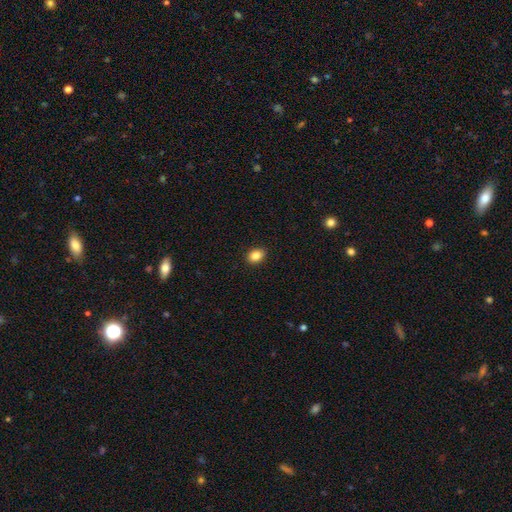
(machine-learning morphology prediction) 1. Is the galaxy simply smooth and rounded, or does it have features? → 86% smooth, 9% star or artifact, 5% featured or disk.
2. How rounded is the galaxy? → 71% in between, 28% round, 1% cigar-shaped.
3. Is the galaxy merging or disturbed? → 90% none, 7% minor disturbance, 2% major disturbance, 1% merger.